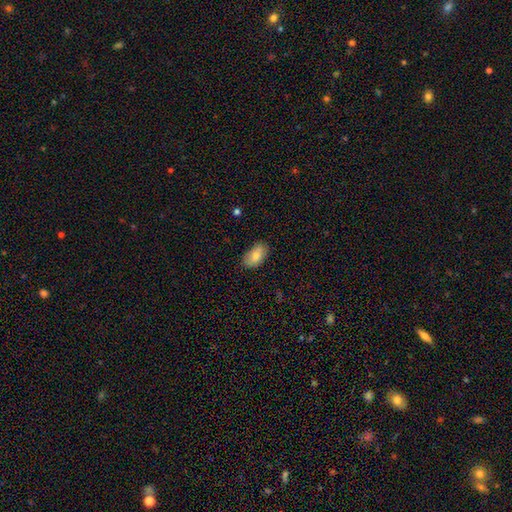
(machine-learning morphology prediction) smooth_or_featured: smooth (p=0.82) [alt: featured or disk p=0.11]
how_rounded: in between (p=0.93) [alt: round p=0.04]
merging: none (p=0.80) [alt: minor disturbance p=0.16]